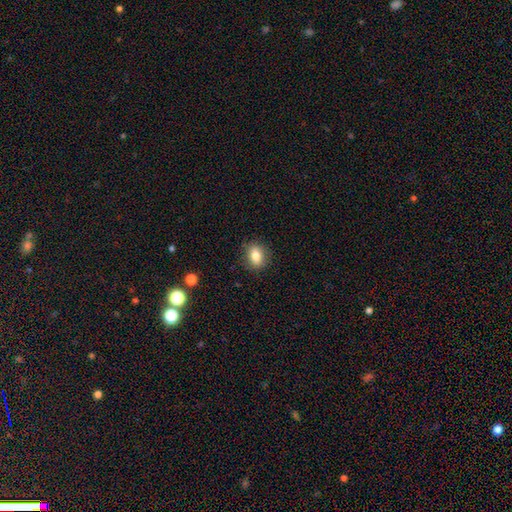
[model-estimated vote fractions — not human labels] Overall: smooth (80%). How rounded: in between (58%; round 40%). Merging: none (86%).